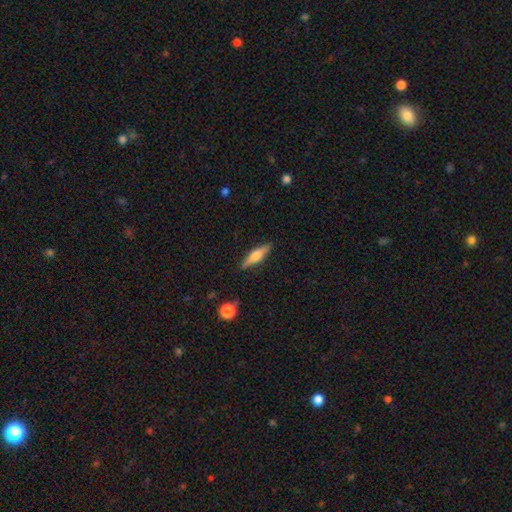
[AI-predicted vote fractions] This is possibly a smooth galaxy (48%). Merging: clearly none (86%).